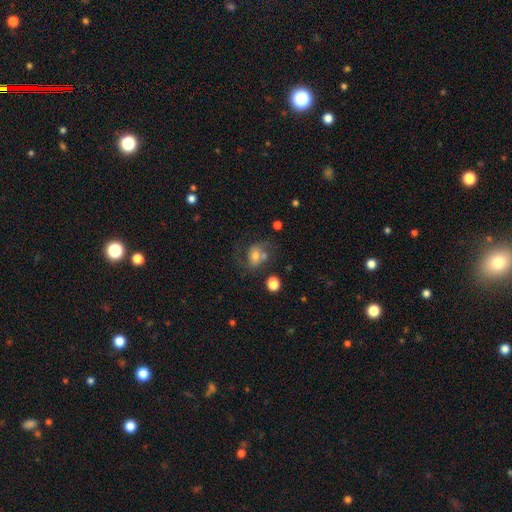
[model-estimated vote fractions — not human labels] This appears to be a smooth galaxy with no disk features (51%) that is in between round and cigar-shaped (57%). Merging: none (41%).